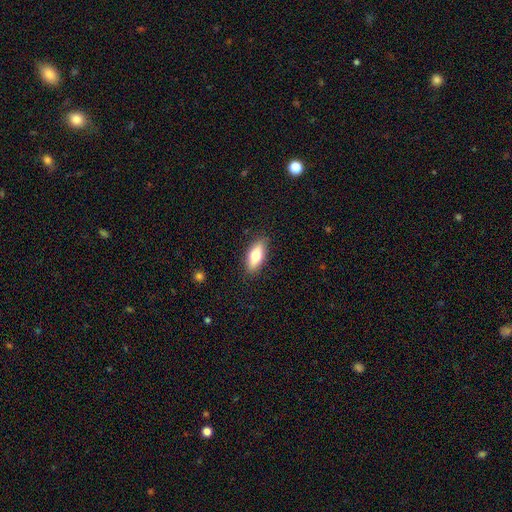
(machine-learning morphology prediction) Smooth or featured: smooth — 71% (featured or disk — 22%)
How rounded: in between — 75% (cigar-shaped — 22%)
Merging: none — 86% (minor disturbance — 11%)